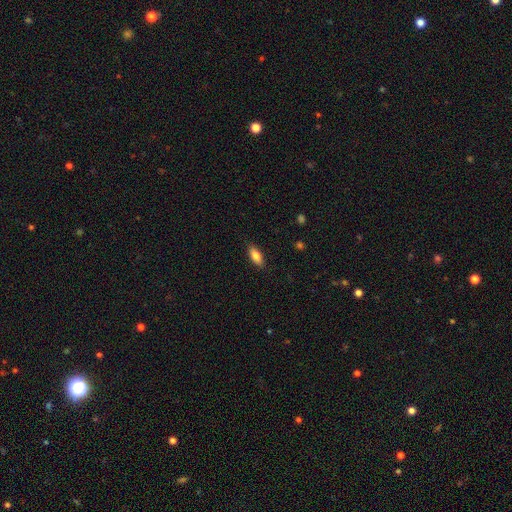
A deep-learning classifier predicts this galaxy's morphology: smooth_or_featured: smooth (p=0.82) [alt: featured or disk p=0.11]
how_rounded: in between (p=0.79) [alt: cigar-shaped p=0.19]
merging: none (p=0.87) [alt: minor disturbance p=0.10]